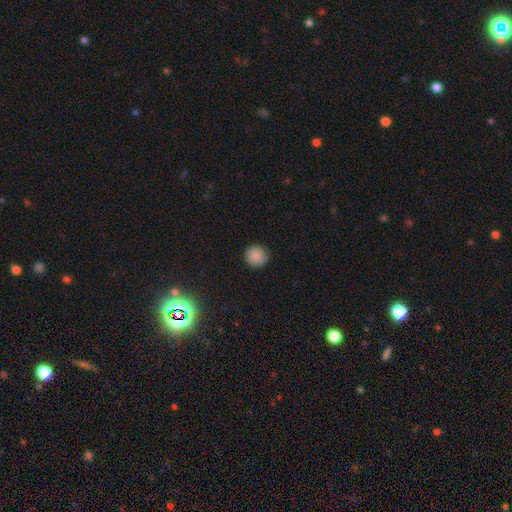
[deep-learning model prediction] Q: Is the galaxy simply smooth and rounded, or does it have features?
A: smooth — 87%.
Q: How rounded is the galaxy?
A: round — 95%.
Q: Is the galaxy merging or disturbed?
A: none — 90%.